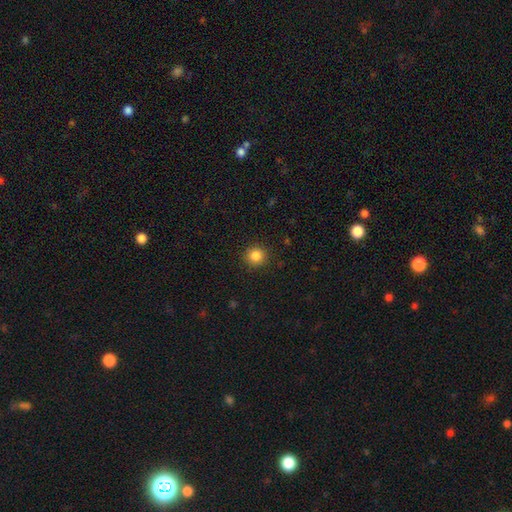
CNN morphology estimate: A smooth galaxy with no disk features (85%) that is round (92%). Merging: none (91%).